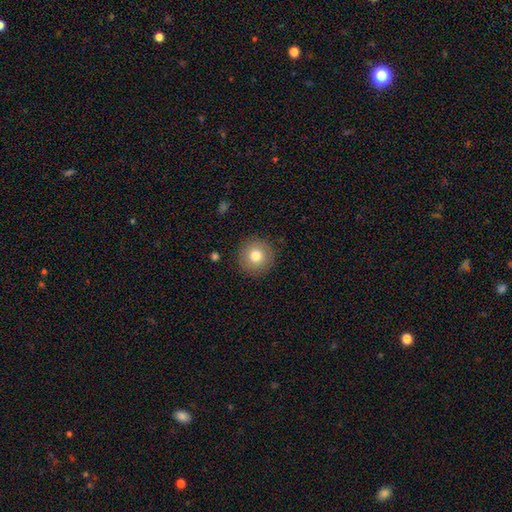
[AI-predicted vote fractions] Morphology: type=smooth (77%); roundness=round (95%); merging=none (89%).